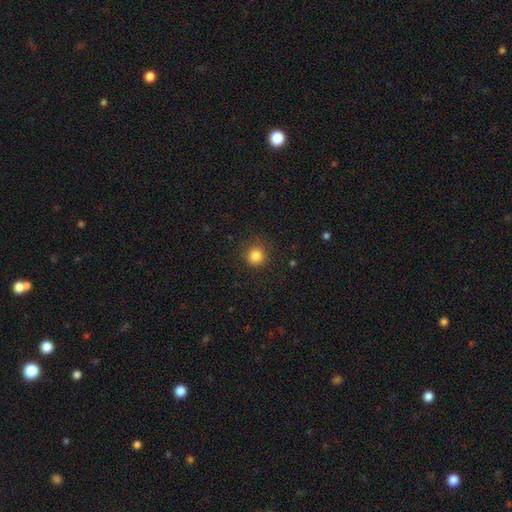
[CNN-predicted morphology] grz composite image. It shows a smooth galaxy with no disk features (84%) that is round (93%). Merging: none (87%).